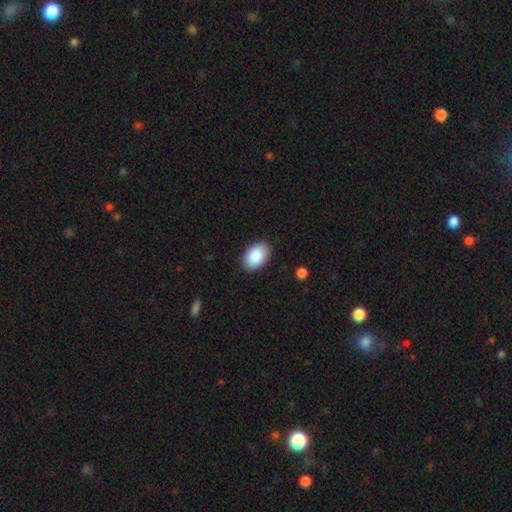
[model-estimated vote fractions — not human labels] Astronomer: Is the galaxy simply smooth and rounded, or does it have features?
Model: smooth — 89%.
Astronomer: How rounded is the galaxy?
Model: in between — 90%.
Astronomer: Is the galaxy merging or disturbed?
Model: none — 88%.